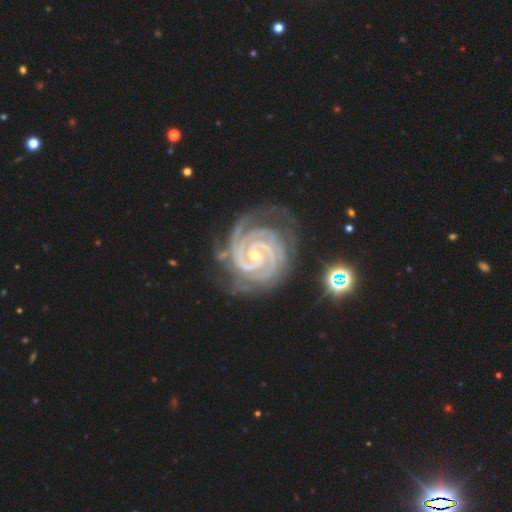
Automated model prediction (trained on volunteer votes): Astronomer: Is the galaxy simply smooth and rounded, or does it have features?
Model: featured or disk — 94%.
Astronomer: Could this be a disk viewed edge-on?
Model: no — 98%.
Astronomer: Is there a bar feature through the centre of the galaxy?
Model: no — 46% (runner-up: weak, 32%).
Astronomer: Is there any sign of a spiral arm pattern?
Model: yes — 99%.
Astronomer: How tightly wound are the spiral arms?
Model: tight — 84%.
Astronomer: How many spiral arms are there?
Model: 2 — 49%.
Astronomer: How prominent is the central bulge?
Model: small — 63%.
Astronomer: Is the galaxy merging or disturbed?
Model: none — 66%.